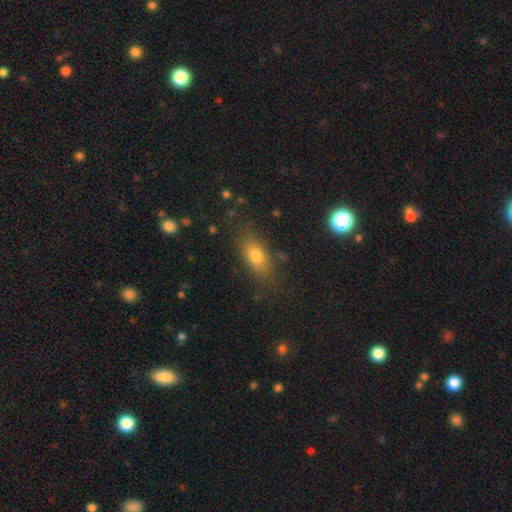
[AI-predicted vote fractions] A smooth galaxy with no disk features (76%) that is in between round and cigar-shaped (78%).

Vote fractions:
- Smooth or featured? smooth: 76% / featured or disk: 13% / star or artifact: 11%
- How rounded? in between: 78% / cigar-shaped: 13% / round: 9%
- Merging? none: 79% / minor disturbance: 14% / major disturbance: 5% / merger: 2%